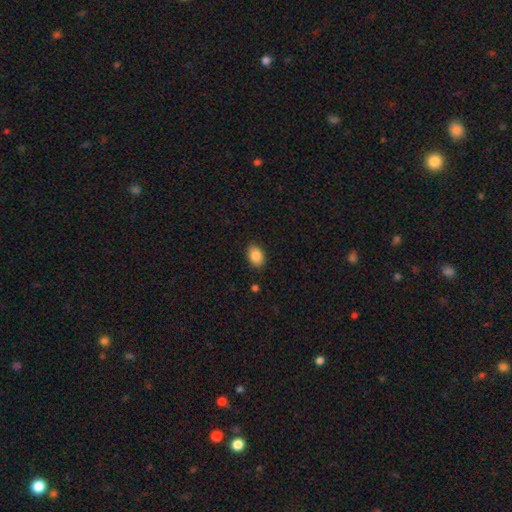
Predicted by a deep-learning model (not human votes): This is clearly a smooth galaxy (87%). How rounded: clearly in between (81%). Merging: clearly none (87%).